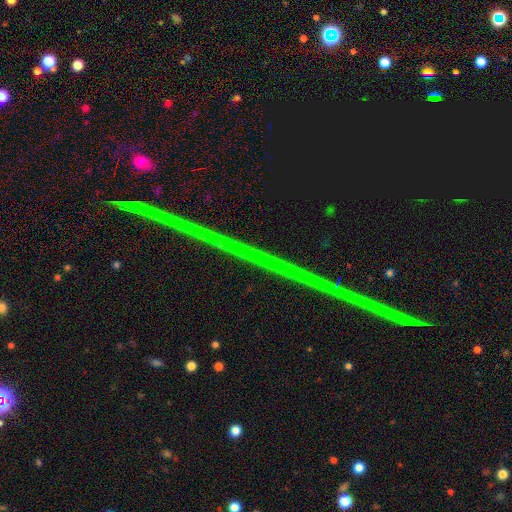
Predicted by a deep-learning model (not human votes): A star or artifact, not a galaxy (87%).

Vote fractions:
- Smooth or featured? star or artifact: 87% / featured or disk: 9% / smooth: 4%